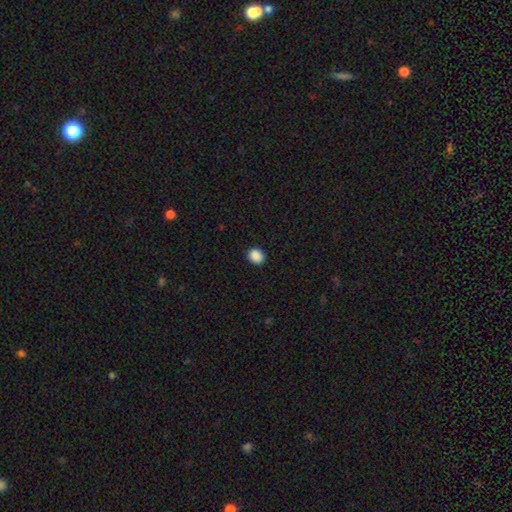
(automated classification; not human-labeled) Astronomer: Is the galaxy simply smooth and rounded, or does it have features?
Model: smooth — 89%.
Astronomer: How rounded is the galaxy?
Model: round — 70%.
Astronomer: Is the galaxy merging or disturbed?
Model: none — 90%.